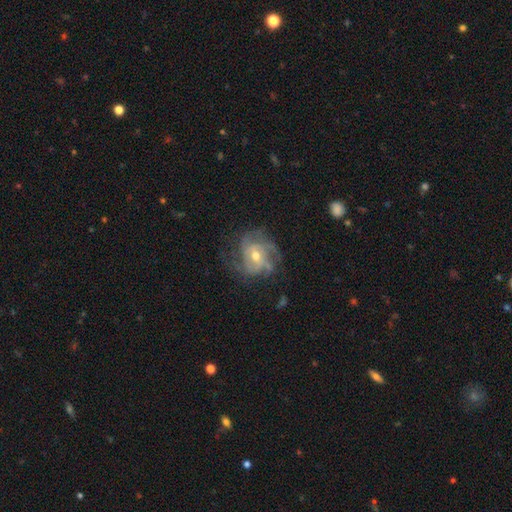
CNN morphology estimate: type=featured or disk (82%); edge-on=no (97%); bar=no (56%); spiral arms=yes (92%); winding=tight (47%); arm count=3 (30%); bulge=moderate (61%); merging=none (63%).